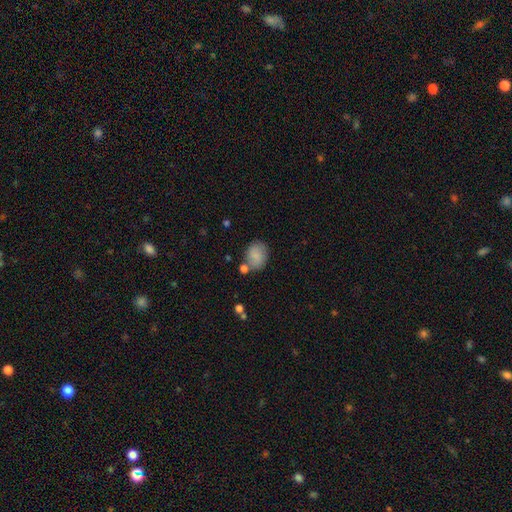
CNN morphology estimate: A smooth galaxy with no disk features (83%) that is in between round and cigar-shaped (57%). Merging: none (66%).